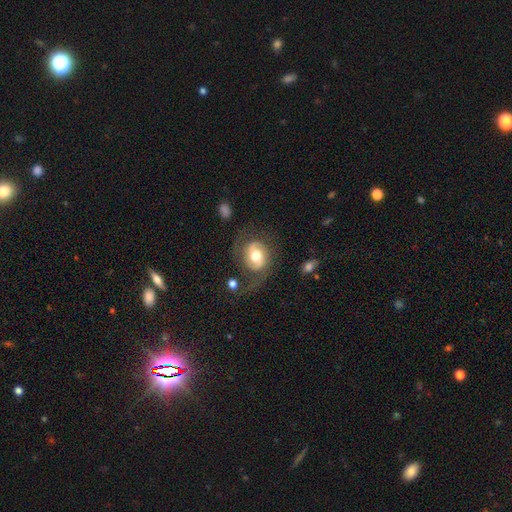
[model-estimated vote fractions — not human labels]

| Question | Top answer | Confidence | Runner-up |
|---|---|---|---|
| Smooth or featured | featured or disk | 64% | smooth (29%) |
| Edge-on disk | no | 97% | yes (3%) |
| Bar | no | 52% | weak (35%) |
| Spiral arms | yes | 85% | no (15%) |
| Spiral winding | medium | 45% | loose (31%) |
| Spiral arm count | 2 | 80% | 1 (10%) |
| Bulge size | moderate | 65% | large (26%) |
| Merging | none | 56% | major disturbance (22%) |